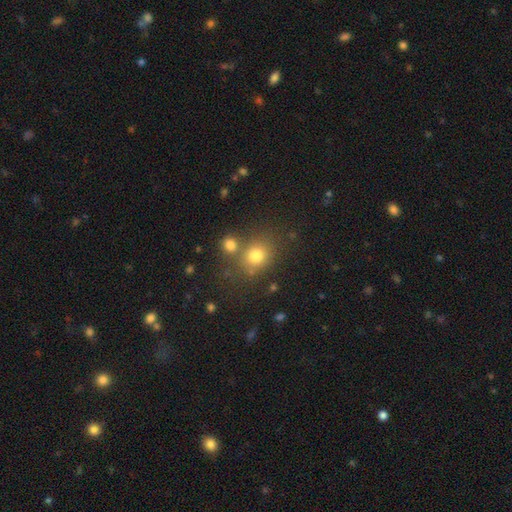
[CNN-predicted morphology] This is likely a smooth galaxy (75%). How rounded: likely round (71%). Merging: likely none (65%).